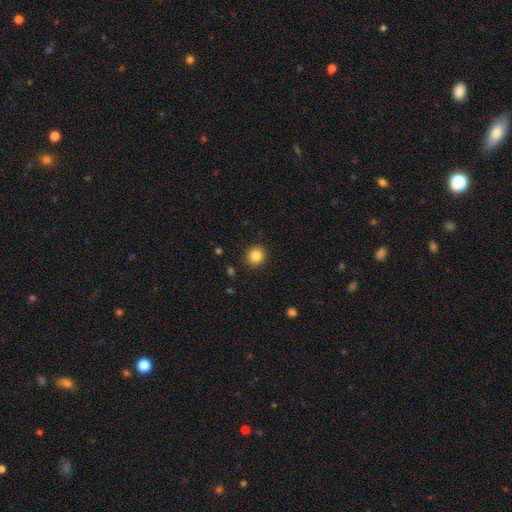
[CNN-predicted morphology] Q: Smooth or featured?
A: smooth (85%); runner-up: star or artifact (11%)
Q: How rounded?
A: round (91%); runner-up: in between (8%)
Q: Merging?
A: none (91%); runner-up: minor disturbance (6%)